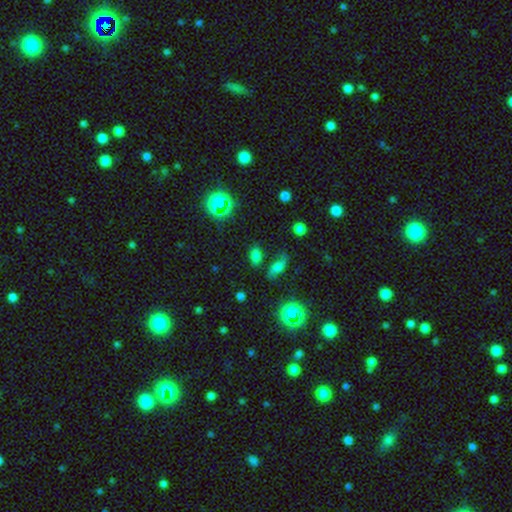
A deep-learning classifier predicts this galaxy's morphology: This appears to be a smooth galaxy with no disk features (65%) that is in between round and cigar-shaped (81%). Merging: none (70%).